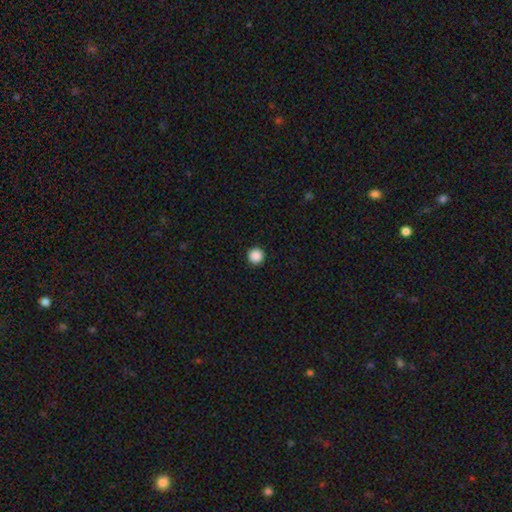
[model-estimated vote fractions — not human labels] A smooth galaxy with no disk features (88%) that is round (96%). Merging: none (93%).